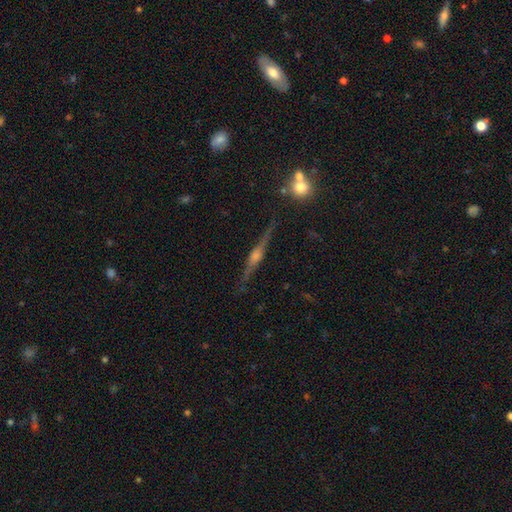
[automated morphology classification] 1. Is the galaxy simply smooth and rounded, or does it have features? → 84% featured or disk, 9% smooth, 7% star or artifact.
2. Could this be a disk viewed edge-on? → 98% yes, 2% no.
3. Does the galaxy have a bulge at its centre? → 87% rounded, 9% boxy, 4% none.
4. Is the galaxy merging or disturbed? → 88% none, 8% minor disturbance, 2% major disturbance, 2% merger.